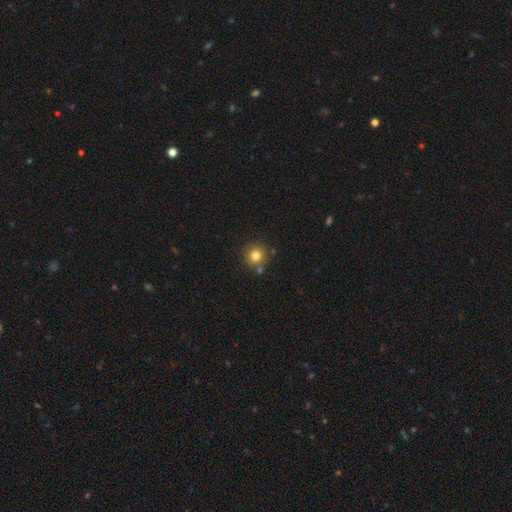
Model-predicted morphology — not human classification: smooth_or_featured: smooth (p=0.80) [alt: star or artifact p=0.13]
how_rounded: round (p=0.94) [alt: in between p=0.05]
merging: none (p=0.80) [alt: merger p=0.09]